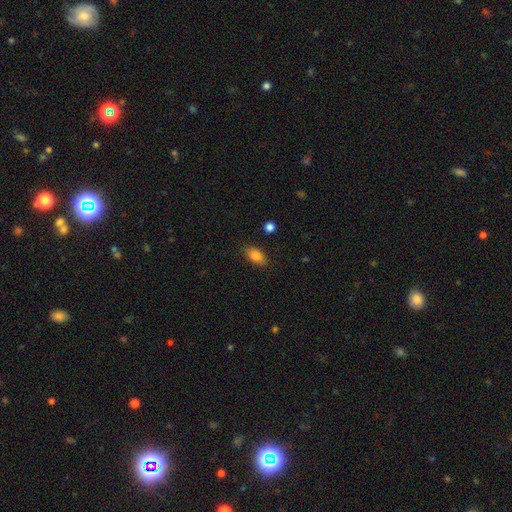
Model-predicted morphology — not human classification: This appears to be a smooth galaxy with no disk features (82%) that is in between round and cigar-shaped (88%). Merging: none (85%).